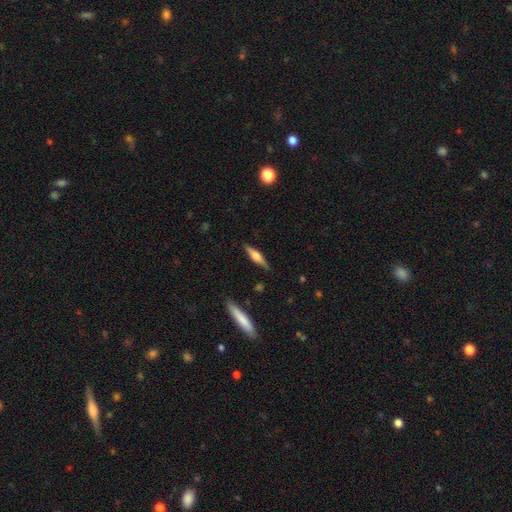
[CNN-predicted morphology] This appears to be a featured or disk galaxy (60%) viewed edge-on (96%) with a rounded central bulge (84%). Merging: none (87%).